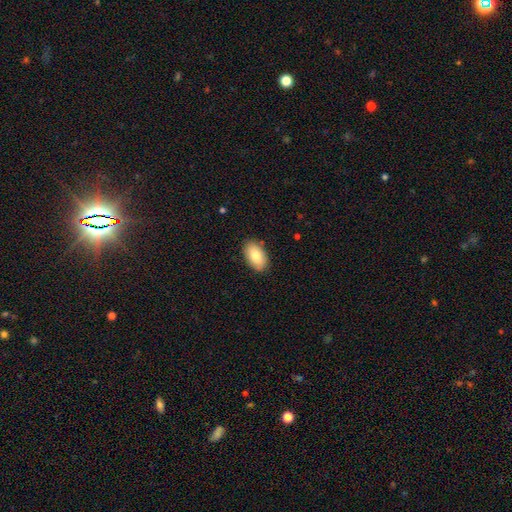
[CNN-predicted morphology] This appears to be a smooth galaxy with no disk features (80%) that is in between round and cigar-shaped (93%). Merging: none (87%).